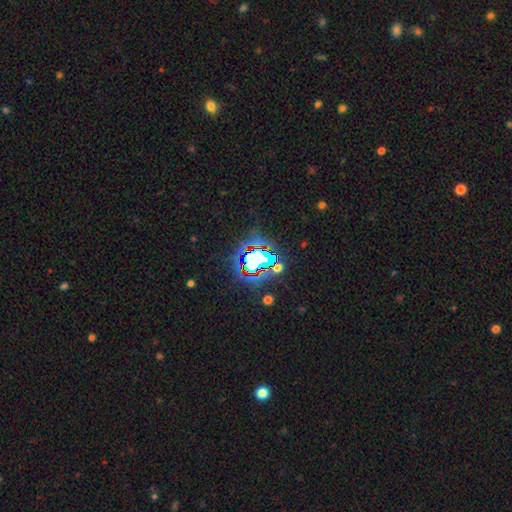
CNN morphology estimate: The model was most divided on "smooth or featured": star or artifact: 69%, smooth: 18%, featured or disk: 13%.